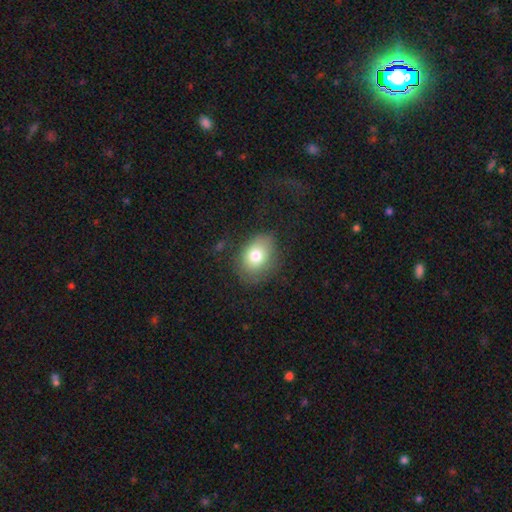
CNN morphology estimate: Smooth or featured?
  - smooth: 75% *
  - featured or disk: 15%
  - star or artifact: 10%
How rounded?
  - in between: 66% *
  - round: 33%
  - cigar-shaped: 1%
Merging?
  - none: 71% *
  - minor disturbance: 20%
  - major disturbance: 8%
  - merger: 2%